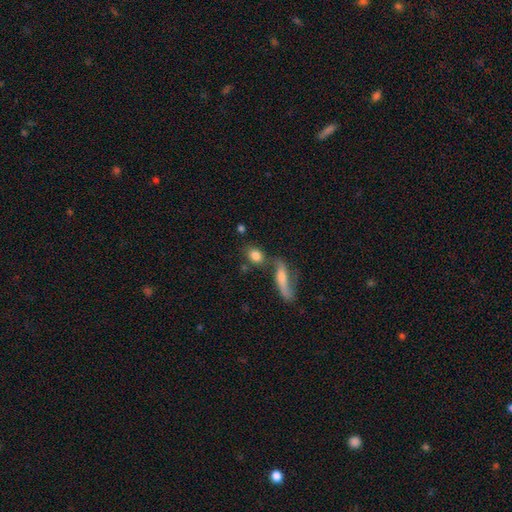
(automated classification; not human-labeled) smooth_or_featured: smooth (p=0.80) [alt: featured or disk p=0.12]
how_rounded: in between (p=0.59) [alt: round p=0.33]
merging: none (p=0.57) [alt: merger p=0.26]